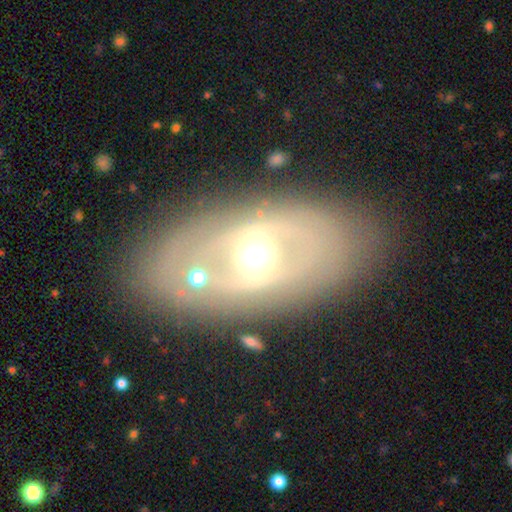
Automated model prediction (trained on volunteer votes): Overall: featured or disk (69%). Edge-on disk: no (86%). Bar: no (49%; weak 30%). Spiral arms: no (73%). Bulge size: moderate (71%). Merging: none (80%).